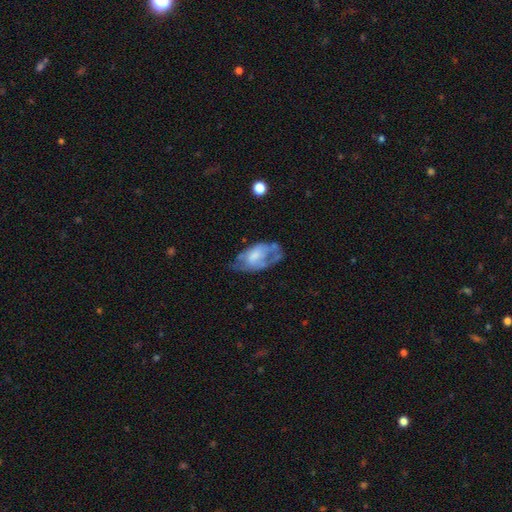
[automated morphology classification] type=featured or disk (53%); edge-on=no (93%); merging=none (38%).